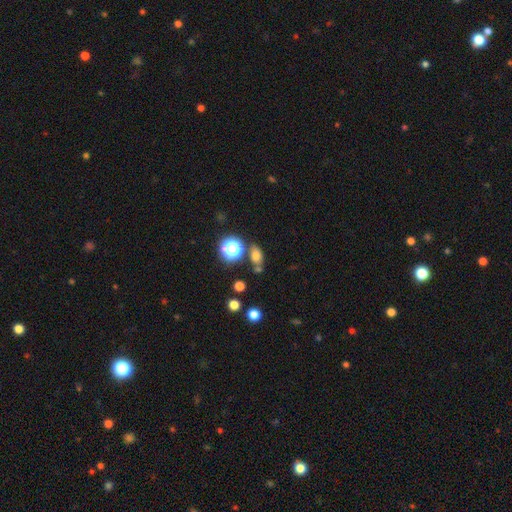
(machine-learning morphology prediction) Q: Smooth or featured?
A: smooth (69%); runner-up: star or artifact (21%)
Q: How rounded?
A: in between (70%); runner-up: round (26%)
Q: Merging?
A: none (68%); runner-up: merger (14%)